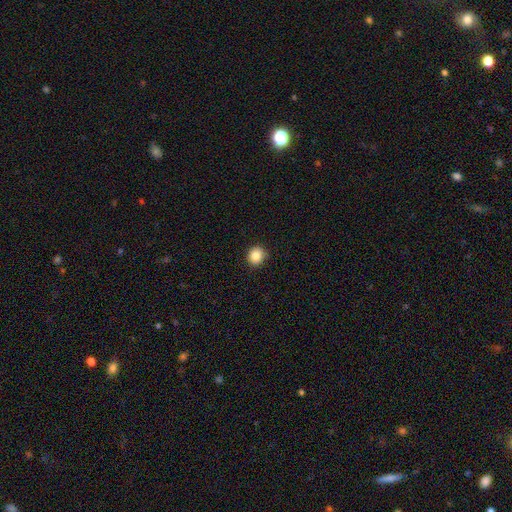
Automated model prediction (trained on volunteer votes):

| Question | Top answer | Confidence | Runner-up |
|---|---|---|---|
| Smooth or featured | smooth | 86% | star or artifact (10%) |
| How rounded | round | 84% | in between (15%) |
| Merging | none | 90% | minor disturbance (8%) |